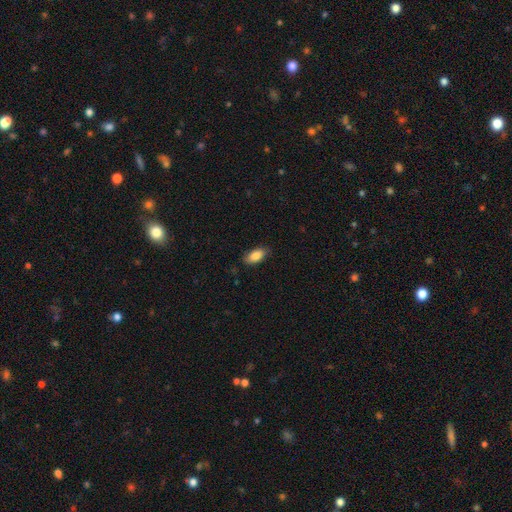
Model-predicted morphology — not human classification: smooth_or_featured: smooth (p=0.85) [alt: featured or disk p=0.08]
how_rounded: in between (p=0.90) [alt: cigar-shaped p=0.06]
merging: none (p=0.82) [alt: minor disturbance p=0.14]